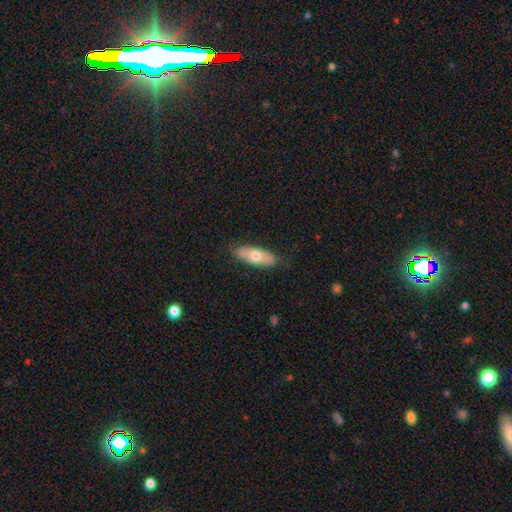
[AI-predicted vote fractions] The model was most divided on "smooth or featured": smooth: 65%, featured or disk: 30%, star or artifact: 6%. More confident: merging — none (84%); how rounded — in between (74%).